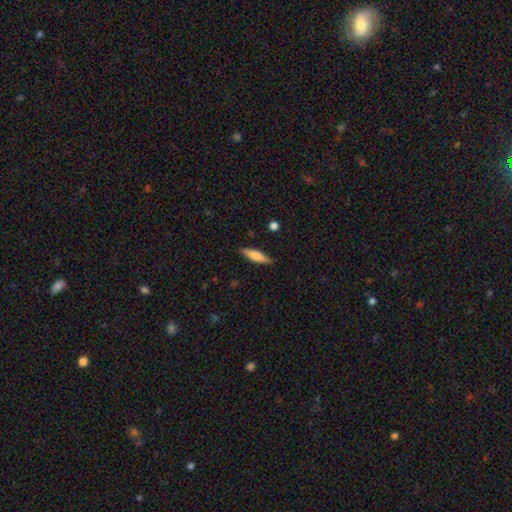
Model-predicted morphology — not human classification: smooth-or-featured: smooth: 66% | featured or disk: 28% | star or artifact: 6%
  how-rounded: cigar-shaped: 76% | in between: 22% | round: 2%
  merging: none: 87% | minor disturbance: 9% | major disturbance: 2% | merger: 1%